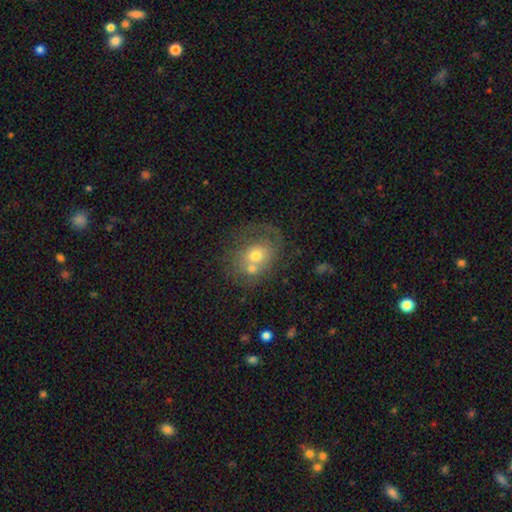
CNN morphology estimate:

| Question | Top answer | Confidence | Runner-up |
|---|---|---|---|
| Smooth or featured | smooth | 45% | featured or disk (43%) |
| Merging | merger | 35% | none (34%) |